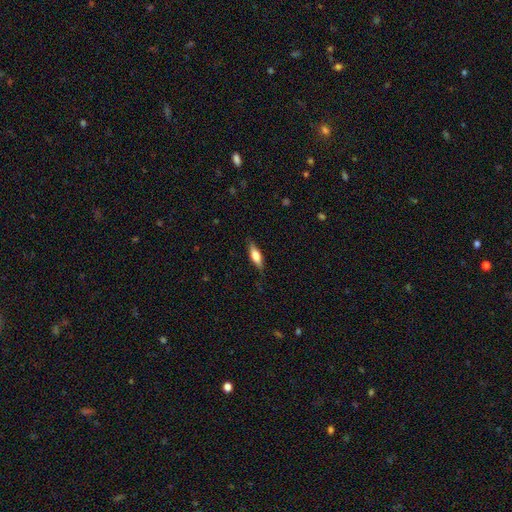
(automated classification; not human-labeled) smooth-or-featured: smooth: 61% | featured or disk: 33% | star or artifact: 6%
  how-rounded: in between: 53% | cigar-shaped: 45% | round: 3%
  merging: none: 81% | minor disturbance: 15% | major disturbance: 3% | merger: 1%